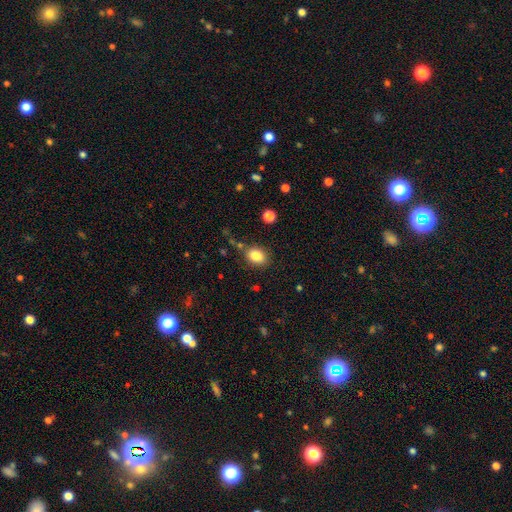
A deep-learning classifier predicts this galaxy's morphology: Smooth or featured?
  - smooth: 84% *
  - star or artifact: 10%
  - featured or disk: 6%
How rounded?
  - in between: 66% *
  - round: 33%
  - cigar-shaped: 1%
Merging?
  - none: 79% *
  - minor disturbance: 13%
  - merger: 4%
  - major disturbance: 4%